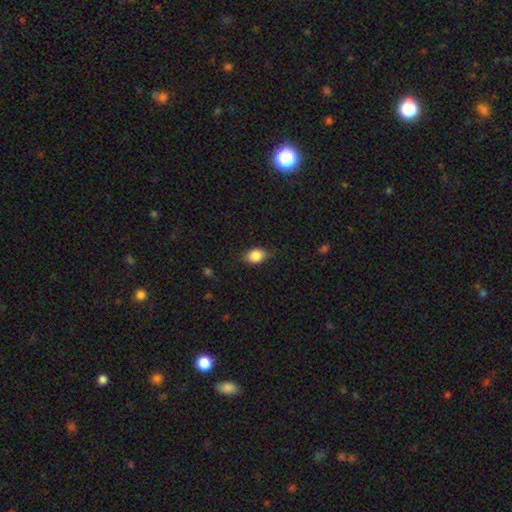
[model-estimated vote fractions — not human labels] Q: Smooth or featured?
A: smooth (85%); runner-up: star or artifact (8%)
Q: How rounded?
A: in between (70%); runner-up: round (28%)
Q: Merging?
A: none (79%); runner-up: minor disturbance (17%)